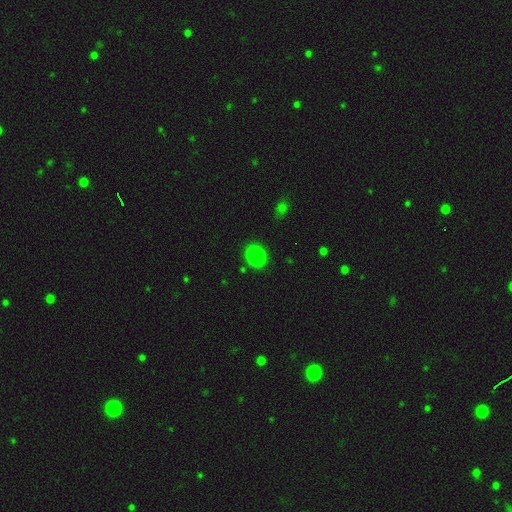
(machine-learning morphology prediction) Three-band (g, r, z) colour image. It shows a smooth galaxy with no disk features (85%) that is round (59%). Merging: none (87%).